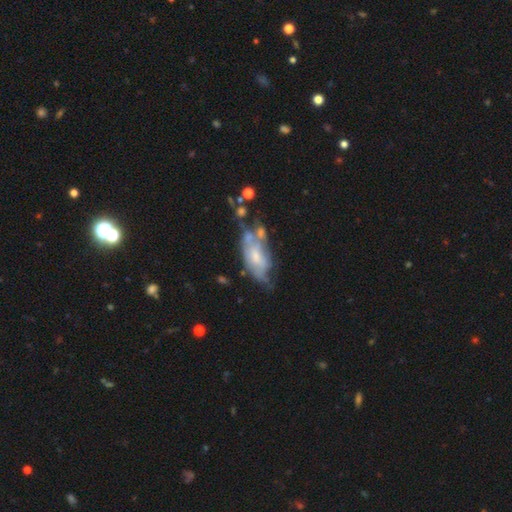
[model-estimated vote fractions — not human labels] Smooth or featured? Predicted: featured or disk (p=0.58). Edge-on disk? Predicted: no (p=0.89). Bar? Predicted: no (p=0.73). Spiral arms? Predicted: no (p=0.59). Bulge size? Predicted: small (p=0.44). Merging? Predicted: none (p=0.30).